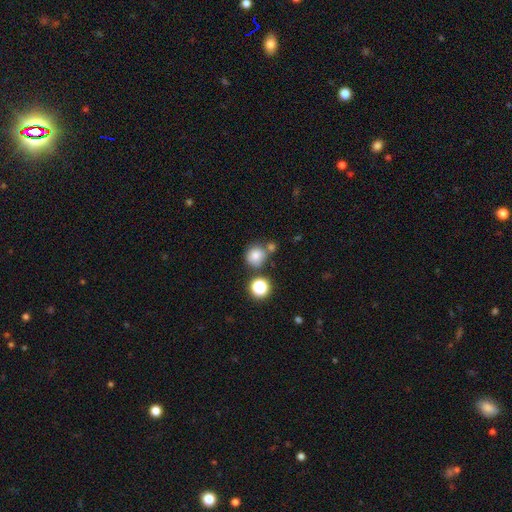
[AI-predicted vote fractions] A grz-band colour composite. It shows a smooth galaxy with no disk features (78%) that is round (88%). Merging: none (62%).